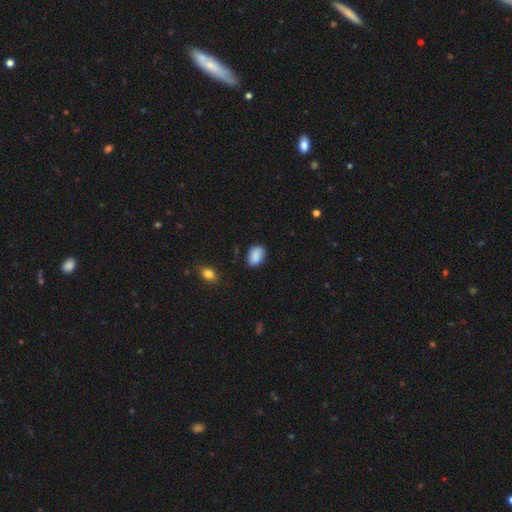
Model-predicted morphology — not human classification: smooth-or-featured: smooth: 87% | star or artifact: 7% | featured or disk: 5%
  how-rounded: in between: 82% | round: 17% | cigar-shaped: 1%
  merging: none: 79% | minor disturbance: 16% | major disturbance: 3% | merger: 2%